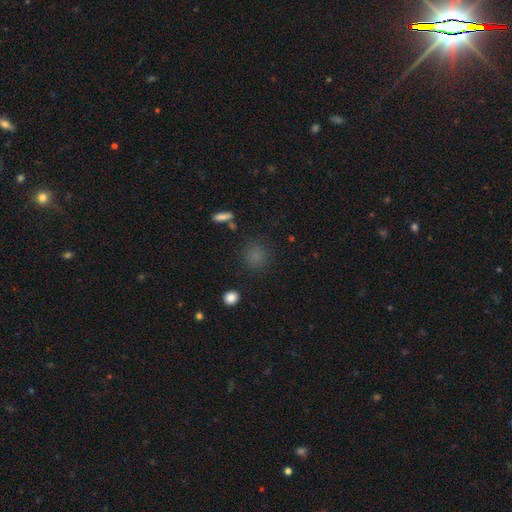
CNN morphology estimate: A smooth galaxy with no disk features (77%) that is round (87%).

Vote fractions:
- Smooth or featured? smooth: 77% / star or artifact: 17% / featured or disk: 6%
- How rounded? round: 87% / in between: 12% / cigar-shaped: 1%
- Merging? none: 83% / minor disturbance: 10% / major disturbance: 4% / merger: 3%